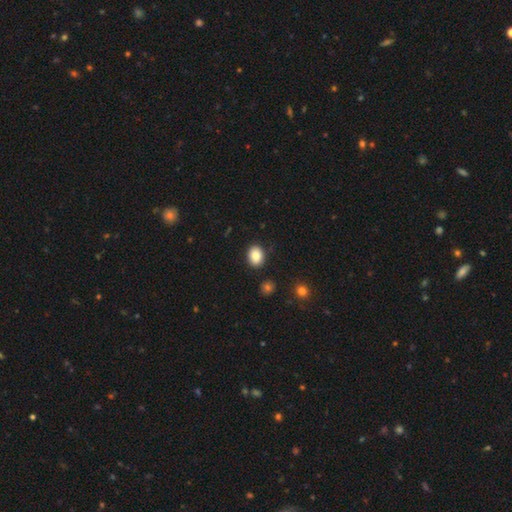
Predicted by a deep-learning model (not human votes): The model was most divided on "how rounded": in between: 60%, round: 39%, cigar-shaped: 1%. More confident: merging — none (87%); smooth or featured — smooth (86%).